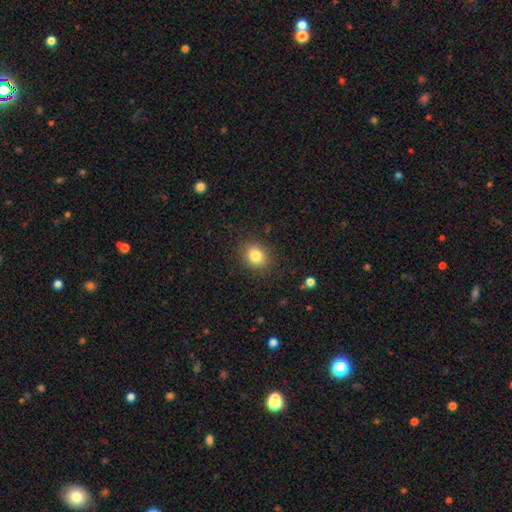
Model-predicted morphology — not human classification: The model was most divided on "how rounded": round: 58%, in between: 42%, cigar-shaped: 1%. More confident: merging — none (86%); smooth or featured — smooth (82%).